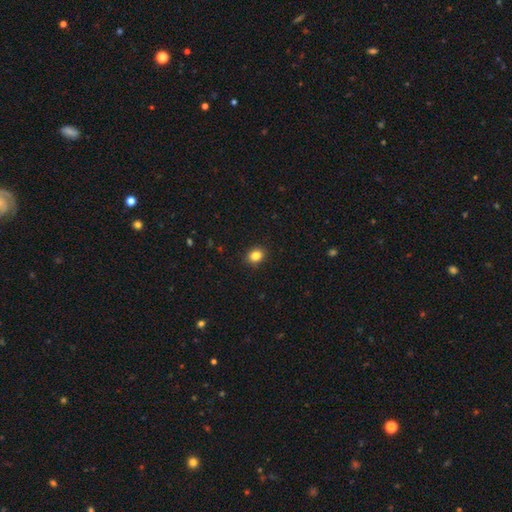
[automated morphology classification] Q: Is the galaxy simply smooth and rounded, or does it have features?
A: smooth — 84%.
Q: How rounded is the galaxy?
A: round — 50%.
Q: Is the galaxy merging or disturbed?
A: none — 91%.